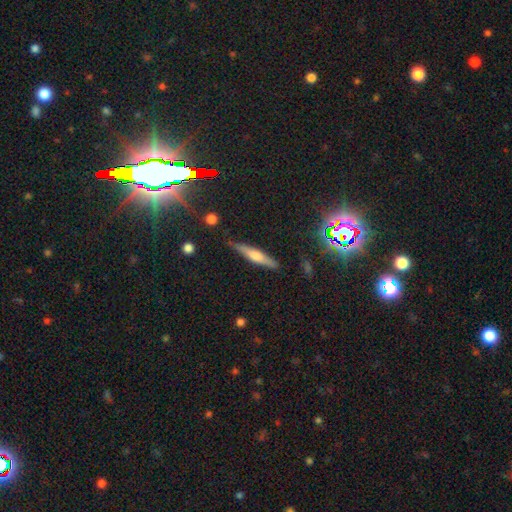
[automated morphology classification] Smooth or featured?
  - featured or disk: 51% *
  - smooth: 39%
  - star or artifact: 10%
Edge-on disk?
  - yes: 95% *
  - no: 5%
Merging?
  - none: 85% *
  - minor disturbance: 11%
  - major disturbance: 2%
  - merger: 2%